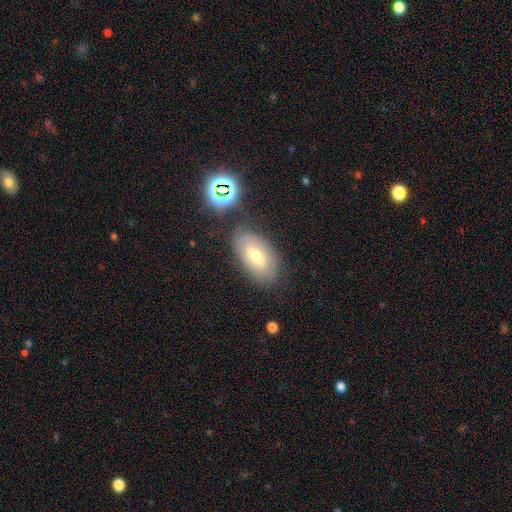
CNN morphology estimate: smooth 47%, featured or disk 40%, star or artifact 13%. Down the decision tree: merging — none (76%).